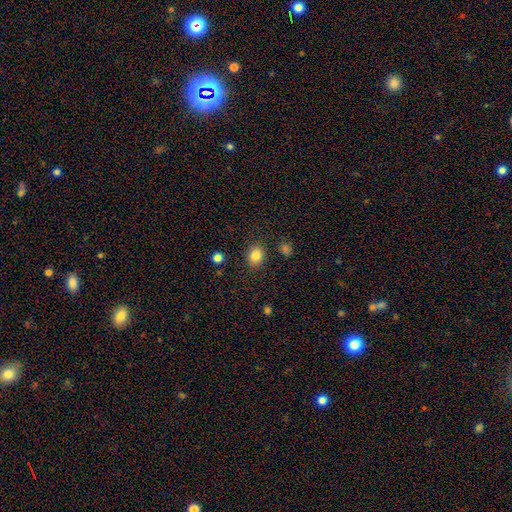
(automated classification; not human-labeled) Smooth or featured? smooth (84%)
How rounded? round (55%)
Merging? none (87%)